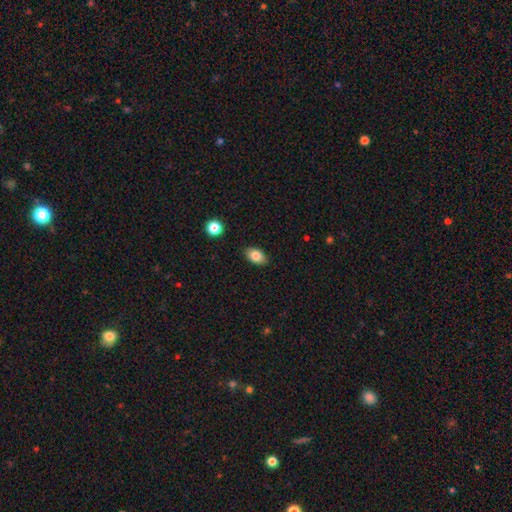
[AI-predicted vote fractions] Overall: smooth (83%). How rounded: in between (89%). Merging: none (87%).